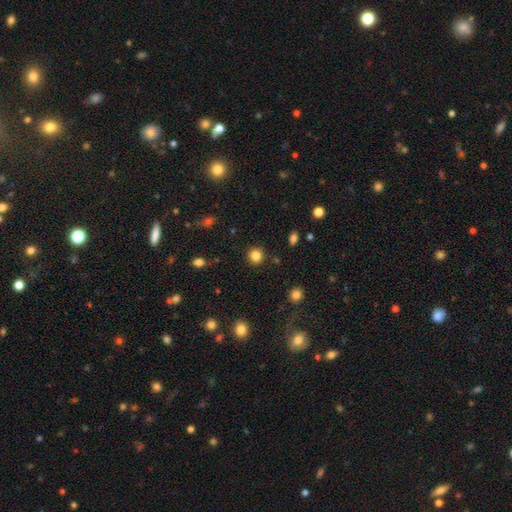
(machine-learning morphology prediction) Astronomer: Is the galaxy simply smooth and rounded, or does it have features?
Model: smooth — 84%.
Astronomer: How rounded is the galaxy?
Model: round — 92%.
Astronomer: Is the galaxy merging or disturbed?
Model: none — 91%.